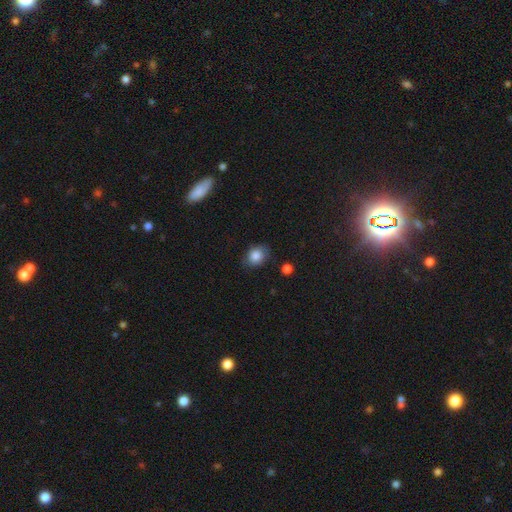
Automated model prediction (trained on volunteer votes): This appears to be a smooth galaxy with no disk features (84%) that is round (50%). Merging: none (75%).